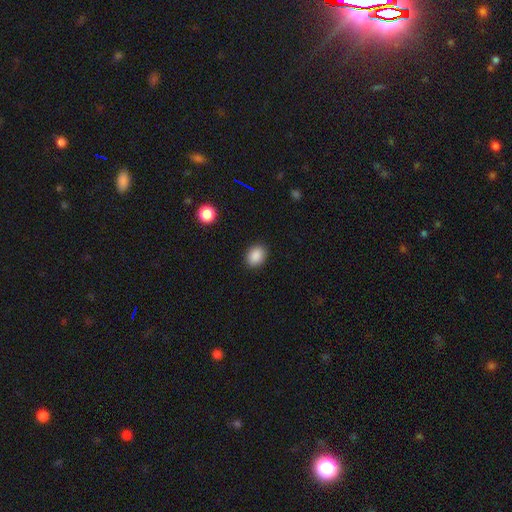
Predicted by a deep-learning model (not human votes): A smooth galaxy with no disk features (88%) that is in between round and cigar-shaped (63%). Merging: none (89%).